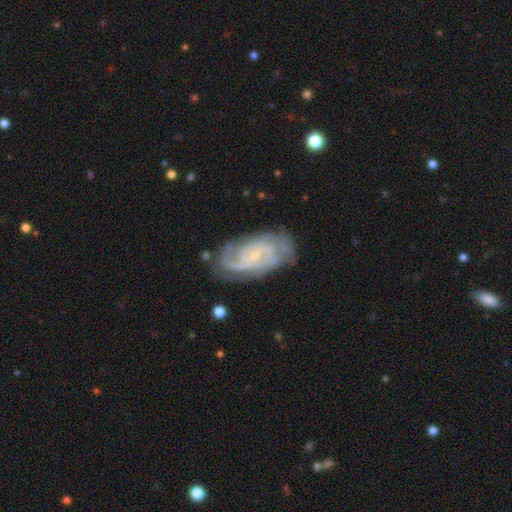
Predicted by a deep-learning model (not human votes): featured or disk 81%, smooth 10%, star or artifact 9%. Down the decision tree: edge-on disk — no (96%); bar — no (59%); spiral arms — yes (97%); spiral arm count — 2 (26%); spiral winding — tight (61%); bulge size — small (79%); merging — none (80%).